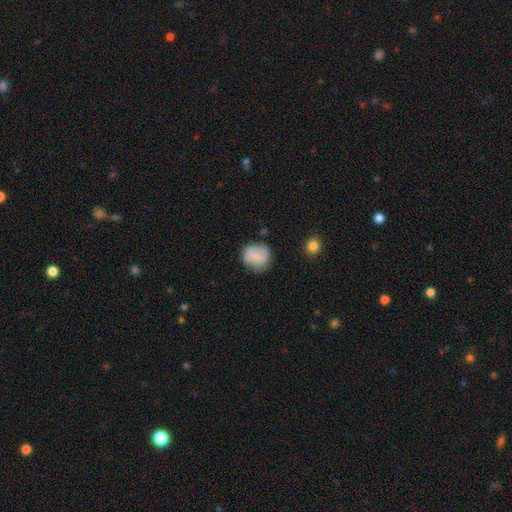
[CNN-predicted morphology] Smooth or featured? Predicted: smooth (p=0.73). How rounded? Predicted: round (p=0.81). Merging? Predicted: none (p=0.74).